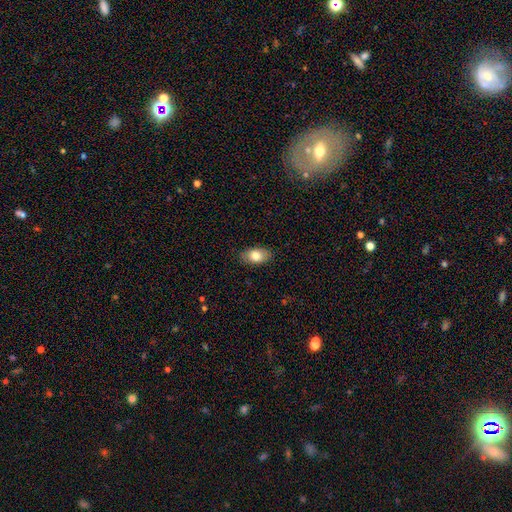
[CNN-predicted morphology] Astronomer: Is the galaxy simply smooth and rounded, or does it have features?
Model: smooth — 81%.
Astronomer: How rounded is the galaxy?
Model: in between — 91%.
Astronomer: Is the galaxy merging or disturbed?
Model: none — 86%.